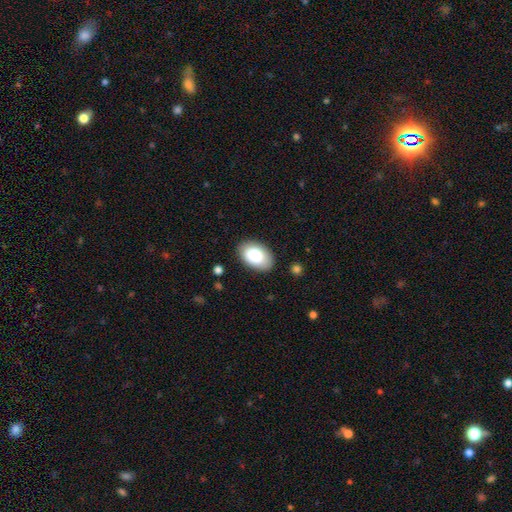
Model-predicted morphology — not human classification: The model was most divided on "merging": none: 85%, minor disturbance: 11%, major disturbance: 3%, merger: 1%. More confident: how rounded — in between (92%); smooth or featured — smooth (86%).